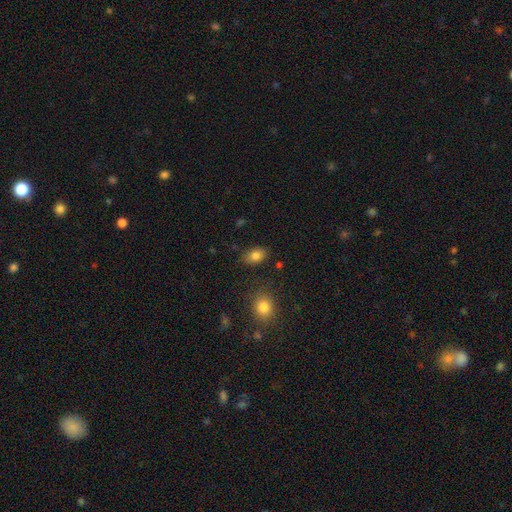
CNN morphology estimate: This appears to be a smooth galaxy with no disk features (83%) that is in between round and cigar-shaped (84%). Merging: none (81%).